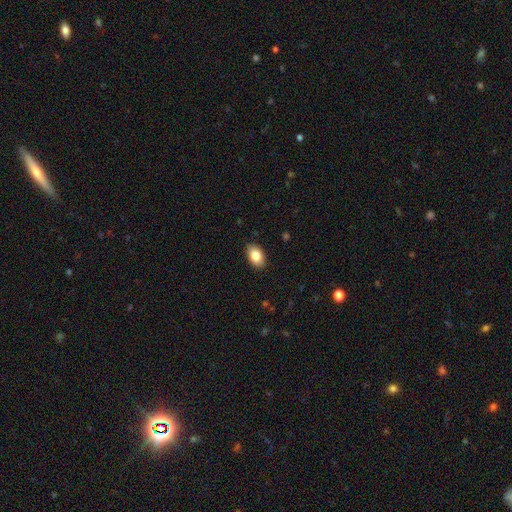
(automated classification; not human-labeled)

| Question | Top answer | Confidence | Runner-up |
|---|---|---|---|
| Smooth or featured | smooth | 84% | featured or disk (9%) |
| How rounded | in between | 90% | round (8%) |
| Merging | none | 88% | minor disturbance (9%) |